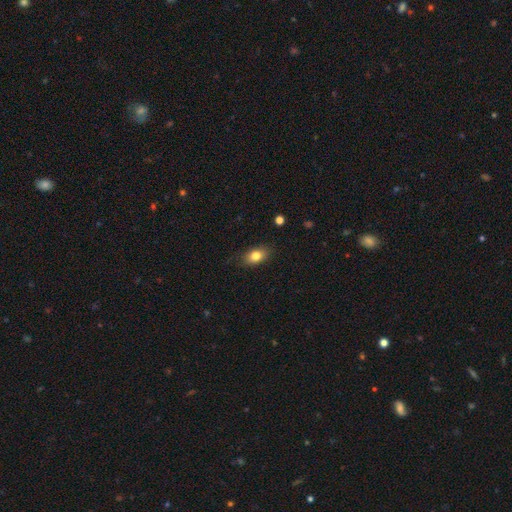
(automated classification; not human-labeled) Smooth or featured?
  - smooth: 81% *
  - featured or disk: 10%
  - star or artifact: 9%
How rounded?
  - in between: 82% *
  - round: 15%
  - cigar-shaped: 3%
Merging?
  - none: 82% *
  - minor disturbance: 14%
  - major disturbance: 3%
  - merger: 1%